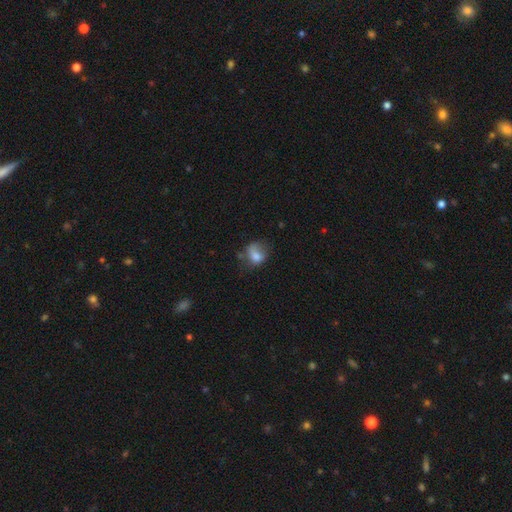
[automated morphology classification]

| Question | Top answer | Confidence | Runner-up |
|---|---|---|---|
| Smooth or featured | smooth | 70% | featured or disk (20%) |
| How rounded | in between | 51% | round (47%) |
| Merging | none | 36% | minor disturbance (30%) |